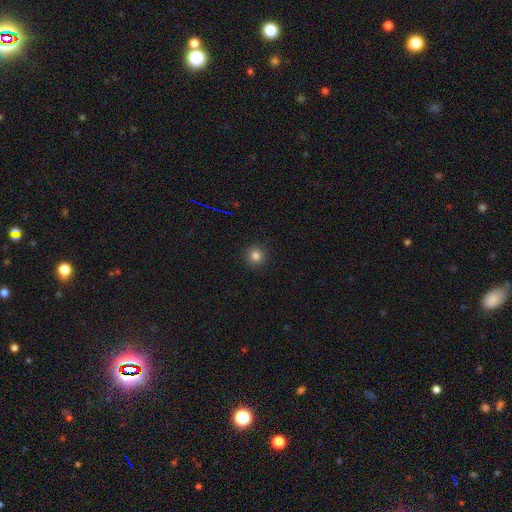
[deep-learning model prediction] Smooth or featured?
  - smooth: 81% *
  - star or artifact: 13%
  - featured or disk: 5%
How rounded?
  - round: 95% *
  - in between: 4%
  - cigar-shaped: 1%
Merging?
  - none: 92% *
  - minor disturbance: 5%
  - major disturbance: 2%
  - merger: 1%